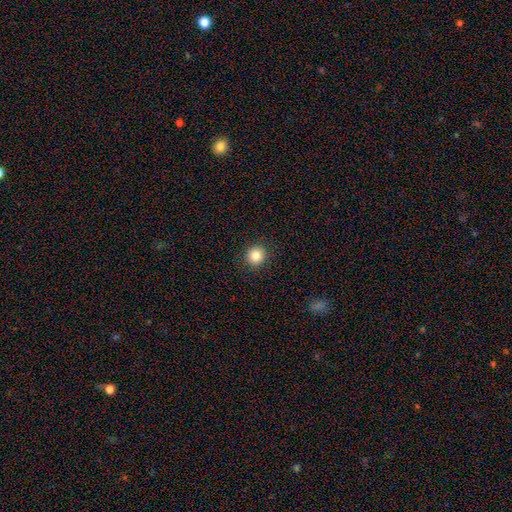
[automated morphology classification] Q: Smooth or featured?
A: smooth (84%); runner-up: star or artifact (11%)
Q: How rounded?
A: round (93%); runner-up: in between (6%)
Q: Merging?
A: none (92%); runner-up: minor disturbance (5%)